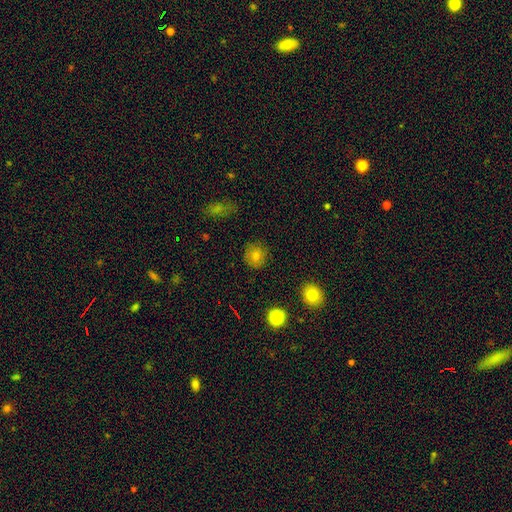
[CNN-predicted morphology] Smooth or featured? smooth (75%)
How rounded? round (90%)
Merging? none (87%)